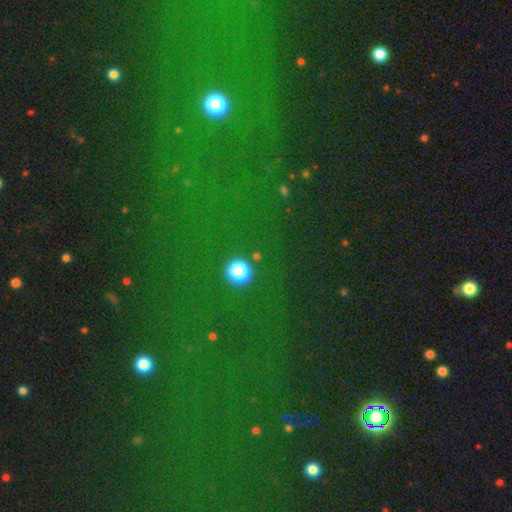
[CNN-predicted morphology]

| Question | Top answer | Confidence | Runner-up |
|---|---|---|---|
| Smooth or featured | star or artifact | 67% | smooth (24%) |